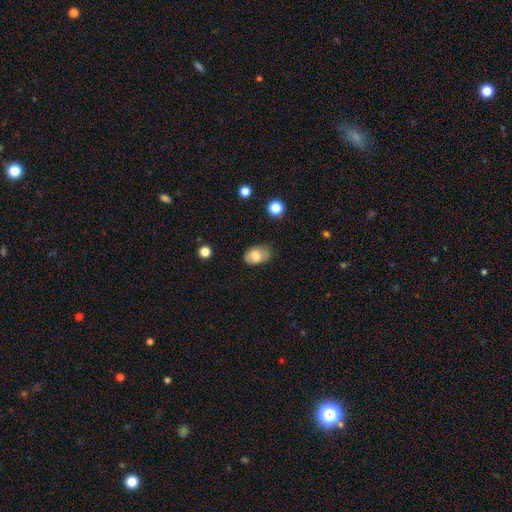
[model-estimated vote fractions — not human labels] Smooth or featured?
  - smooth: 74% *
  - featured or disk: 17%
  - star or artifact: 9%
How rounded?
  - in between: 84% *
  - round: 14%
  - cigar-shaped: 1%
Merging?
  - none: 65% *
  - minor disturbance: 25%
  - major disturbance: 8%
  - merger: 2%